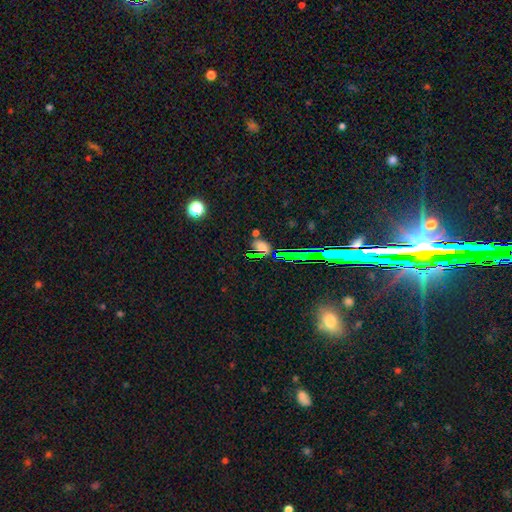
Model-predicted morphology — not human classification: Overall: smooth (45%; star or artifact 43%). Merging: none (63%).